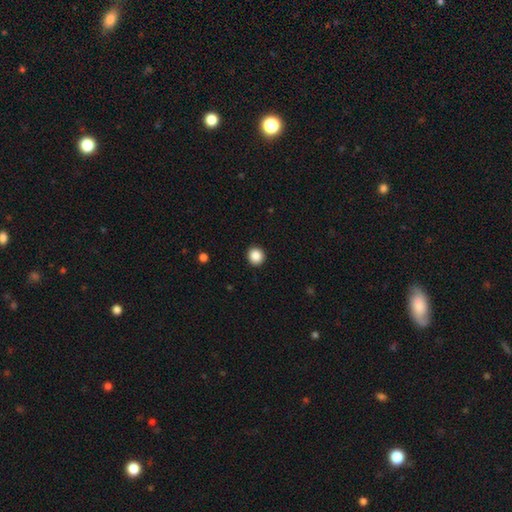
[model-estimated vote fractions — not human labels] Morphology: type=smooth (87%); roundness=round (92%); merging=none (93%).